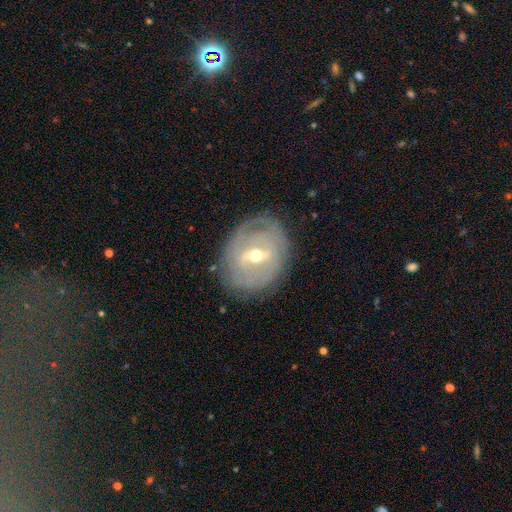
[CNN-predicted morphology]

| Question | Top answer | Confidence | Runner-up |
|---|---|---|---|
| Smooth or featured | featured or disk | 79% | smooth (15%) |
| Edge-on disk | no | 93% | yes (7%) |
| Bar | strong | 46% | weak (43%) |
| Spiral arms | yes | 69% | no (31%) |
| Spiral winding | tight | 66% | medium (24%) |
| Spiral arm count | can't tell | 46% | 2 (34%) |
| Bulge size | moderate | 57% | small (39%) |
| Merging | none | 78% | minor disturbance (15%) |